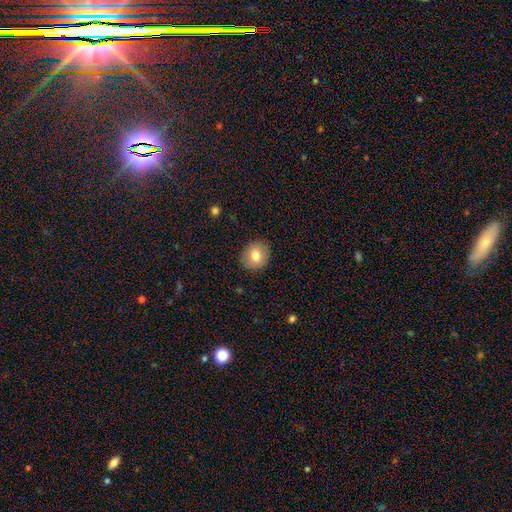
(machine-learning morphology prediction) type=smooth (76%); roundness=round (82%); merging=none (89%).